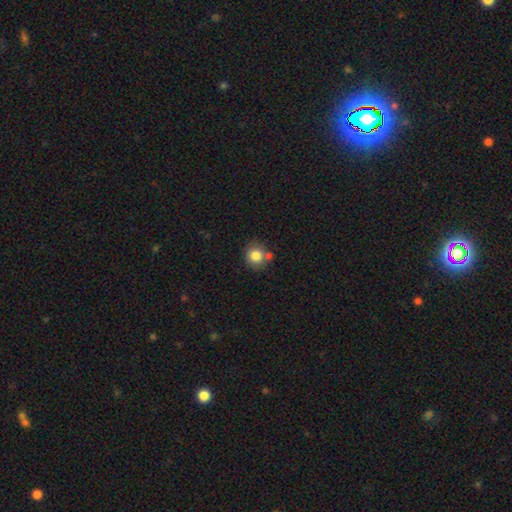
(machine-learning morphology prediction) A smooth galaxy with no disk features (82%) that is round (89%).

Vote fractions:
- Smooth or featured? smooth: 82% / star or artifact: 10% / featured or disk: 8%
- How rounded? round: 89% / in between: 10% / cigar-shaped: 1%
- Merging? none: 68% / merger: 17% / minor disturbance: 12% / major disturbance: 3%